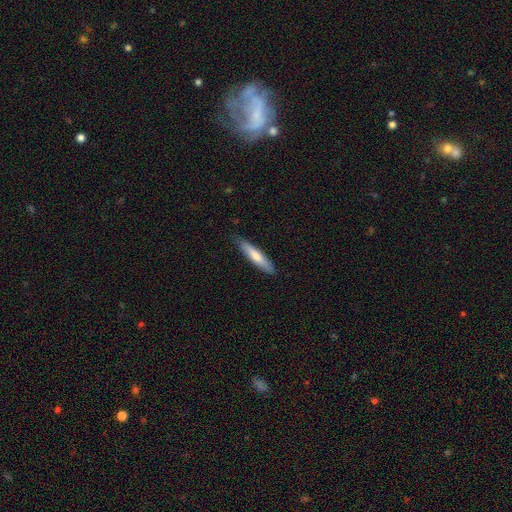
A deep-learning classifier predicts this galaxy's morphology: A smooth galaxy with no disk features (68%) that is cigar-shaped (86%).

Vote fractions:
- Smooth or featured? smooth: 68% / featured or disk: 26% / star or artifact: 6%
- How rounded? cigar-shaped: 86% / in between: 13% / round: 1%
- Merging? none: 84% / minor disturbance: 13% / major disturbance: 2% / merger: 1%